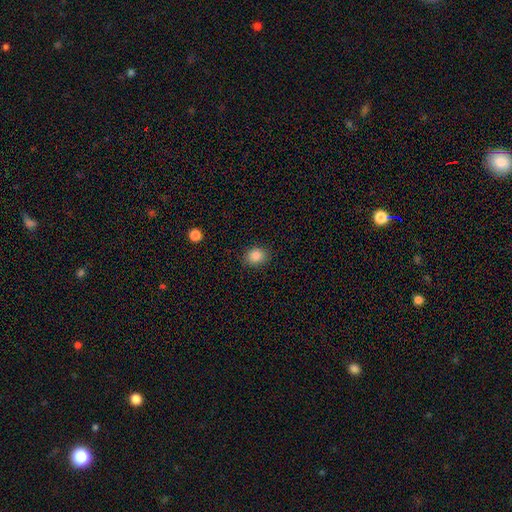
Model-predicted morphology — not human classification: The model was most divided on "how rounded": round: 56%, in between: 44%, cigar-shaped: 1%. More confident: smooth or featured — smooth (87%); merging — none (86%).